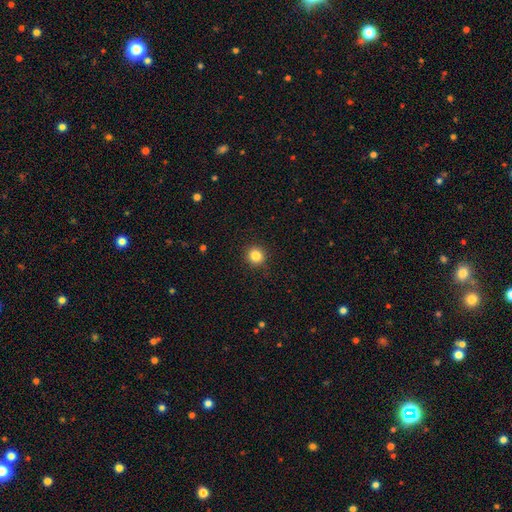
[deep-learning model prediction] Q: Smooth or featured?
A: smooth (85%); runner-up: star or artifact (11%)
Q: How rounded?
A: round (93%); runner-up: in between (6%)
Q: Merging?
A: none (92%); runner-up: minor disturbance (5%)